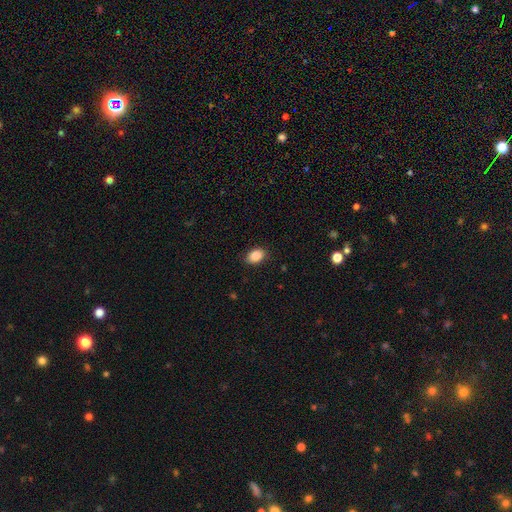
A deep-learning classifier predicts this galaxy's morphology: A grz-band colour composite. It shows a smooth galaxy with no disk features (87%) that is in between round and cigar-shaped (82%). Merging: none (88%).